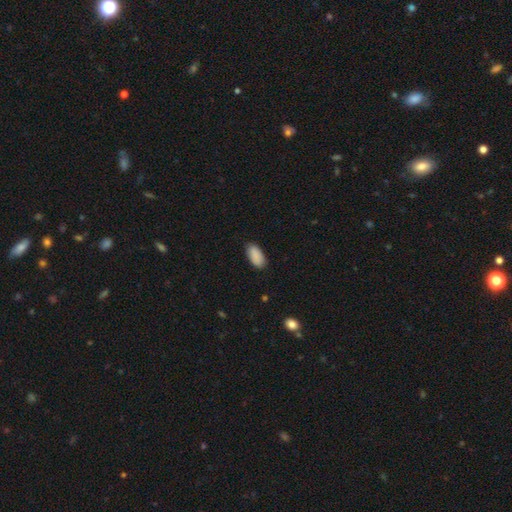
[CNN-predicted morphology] The model was most divided on "merging": none: 85%, minor disturbance: 12%, major disturbance: 2%, merger: 1%. More confident: how rounded — in between (94%); smooth or featured — smooth (90%).